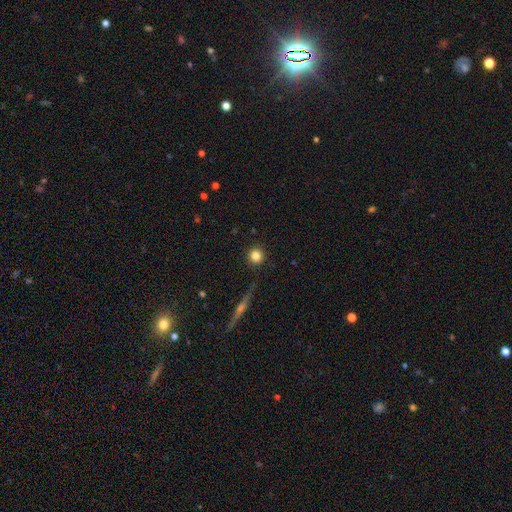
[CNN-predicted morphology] smooth_or_featured: smooth (p=0.82) [alt: star or artifact p=0.10]
how_rounded: round (p=0.95) [alt: in between p=0.04]
merging: none (p=0.90) [alt: minor disturbance p=0.06]